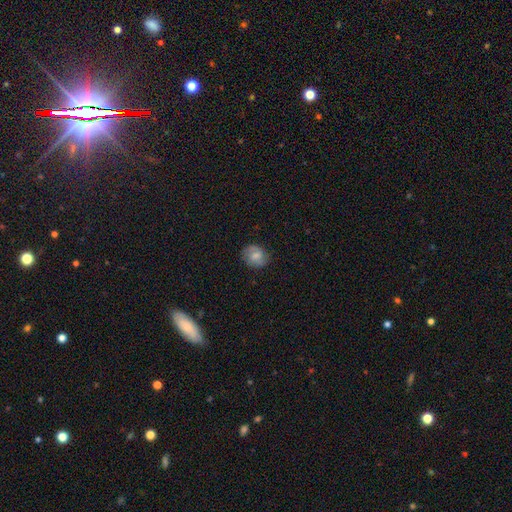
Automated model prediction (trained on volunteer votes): smooth-or-featured: smooth: 58% | featured or disk: 34% | star or artifact: 8%
  how-rounded: round: 63% | in between: 36% | cigar-shaped: 1%
  merging: none: 78% | minor disturbance: 16% | major disturbance: 5% | merger: 1%